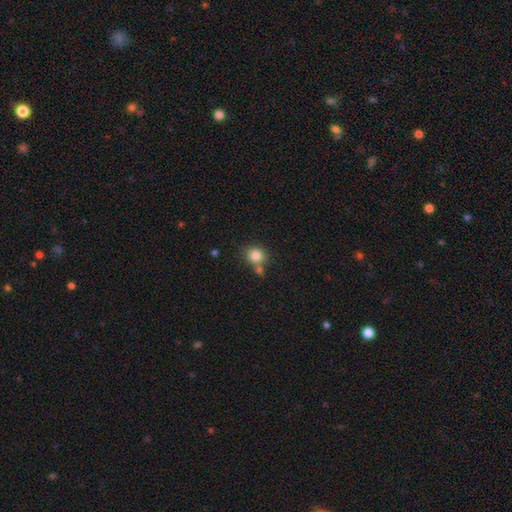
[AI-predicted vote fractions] This appears to be a smooth galaxy with no disk features (83%) that is round (83%). Merging: none (63%).